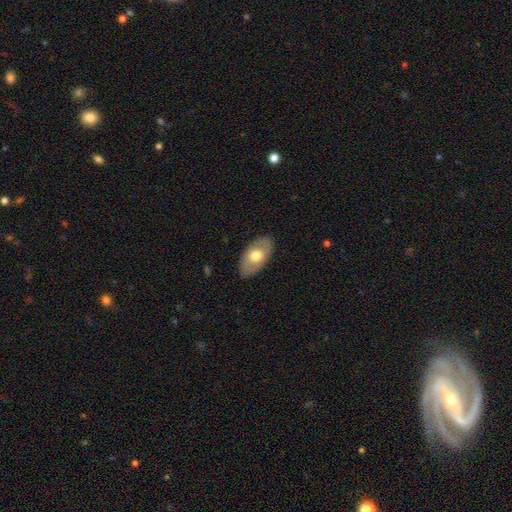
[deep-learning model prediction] Smooth or featured? Predicted: smooth (p=0.58). How rounded? Predicted: in between (p=0.93). Merging? Predicted: none (p=0.85).